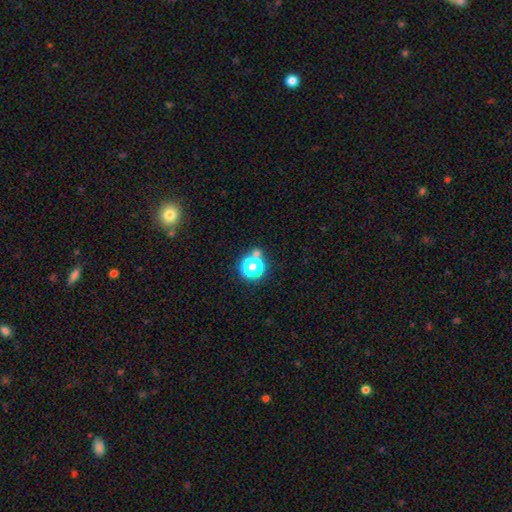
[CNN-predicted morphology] smooth_or_featured: smooth (p=0.56) [alt: star or artifact p=0.37]
how_rounded: round (p=0.86) [alt: in between p=0.13]
merging: none (p=0.75) [alt: merger p=0.12]